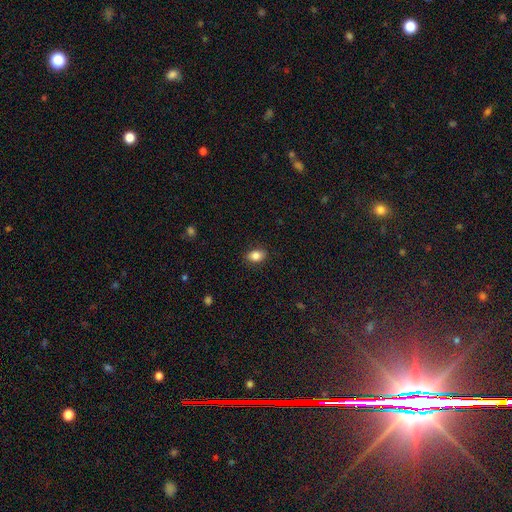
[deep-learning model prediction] smooth 85%, star or artifact 9%, featured or disk 6%. Down the decision tree: how rounded — in between (82%); merging — none (87%).